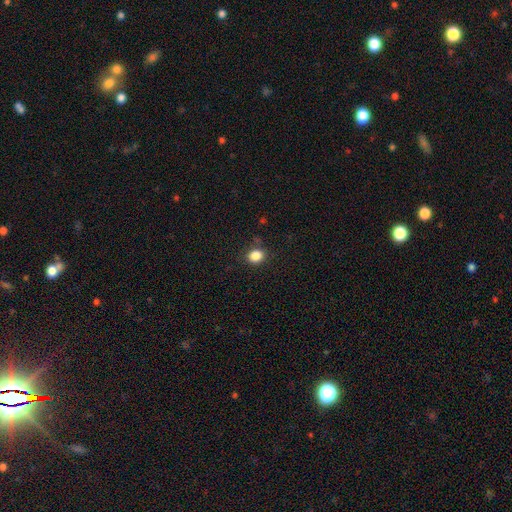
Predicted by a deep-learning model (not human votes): smooth_or_featured: smooth (p=0.85) [alt: star or artifact p=0.11]
how_rounded: round (p=0.60) [alt: in between p=0.39]
merging: none (p=0.85) [alt: minor disturbance p=0.10]